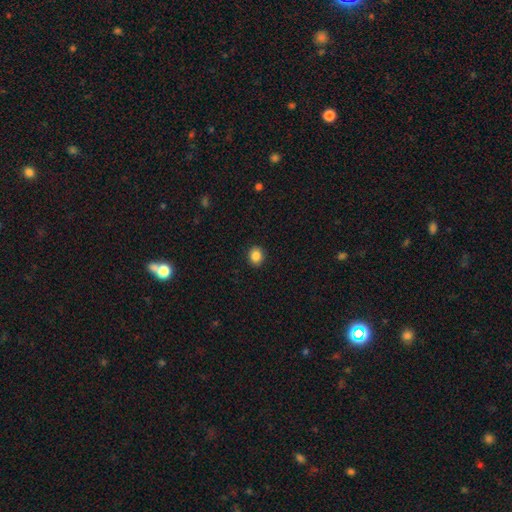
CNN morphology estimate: type=smooth (85%); roundness=round (65%); merging=none (91%).